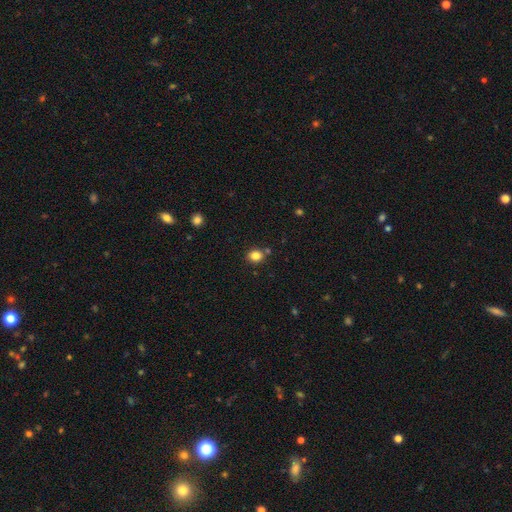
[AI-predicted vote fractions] smooth-or-featured: smooth: 83% | star or artifact: 12% | featured or disk: 5%
  how-rounded: round: 68% | in between: 31% | cigar-shaped: 1%
  merging: none: 79% | minor disturbance: 11% | merger: 8% | major disturbance: 3%